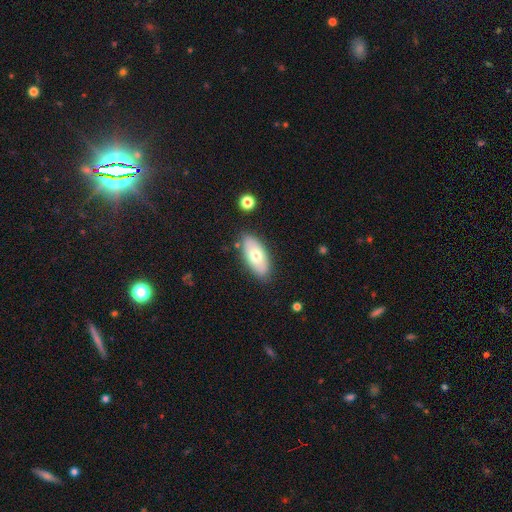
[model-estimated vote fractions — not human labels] smooth_or_featured: smooth (p=0.60) [alt: featured or disk p=0.34]
how_rounded: in between (p=0.90) [alt: cigar-shaped p=0.07]
merging: none (p=0.82) [alt: minor disturbance p=0.13]